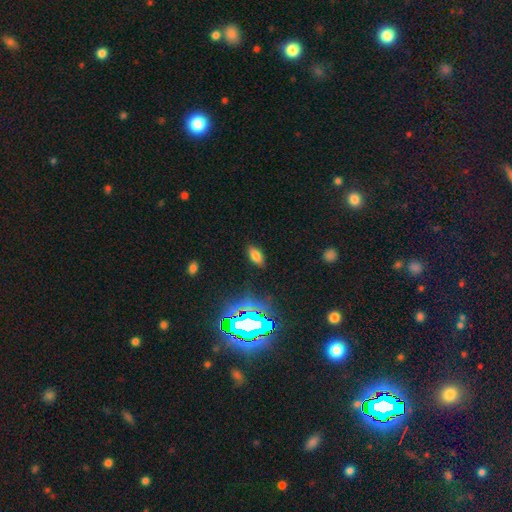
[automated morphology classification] Q: Smooth or featured?
A: smooth (70%); runner-up: star or artifact (21%)
Q: How rounded?
A: in between (90%); runner-up: round (6%)
Q: Merging?
A: none (86%); runner-up: minor disturbance (9%)